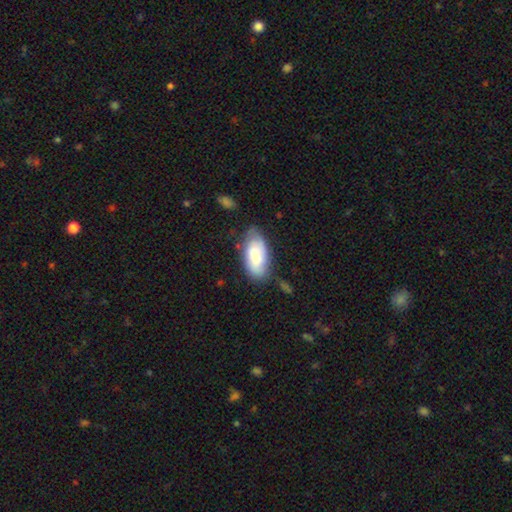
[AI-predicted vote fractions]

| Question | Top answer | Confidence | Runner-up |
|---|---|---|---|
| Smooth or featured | smooth | 73% | featured or disk (20%) |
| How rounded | in between | 93% | cigar-shaped (5%) |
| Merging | none | 62% | minor disturbance (26%) |